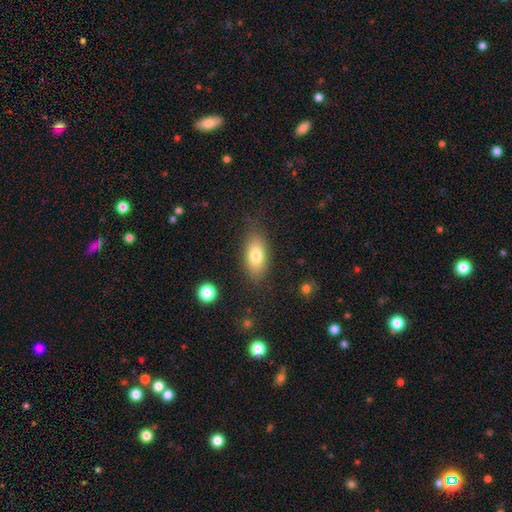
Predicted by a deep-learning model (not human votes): A smooth galaxy with no disk features (77%) that is in between round and cigar-shaped (87%).

Vote fractions:
- Smooth or featured? smooth: 77% / featured or disk: 15% / star or artifact: 8%
- How rounded? in between: 87% / cigar-shaped: 8% / round: 5%
- Merging? none: 80% / minor disturbance: 14% / major disturbance: 4% / merger: 2%